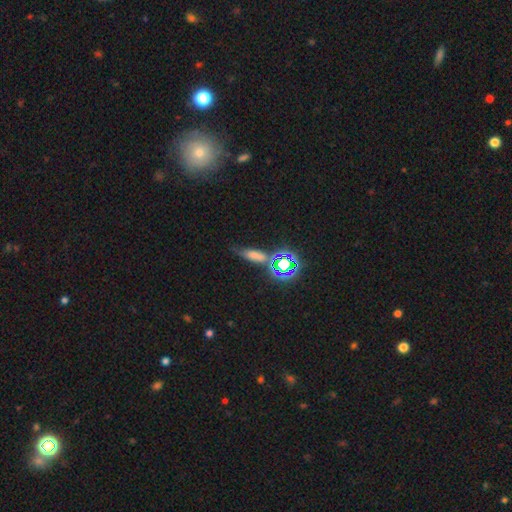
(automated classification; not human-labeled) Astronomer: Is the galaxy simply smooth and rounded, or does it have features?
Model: smooth — 54% (runner-up: star or artifact, 31%).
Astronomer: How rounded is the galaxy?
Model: in between — 47% (runner-up: cigar-shaped, 42%).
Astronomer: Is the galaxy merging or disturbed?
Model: none — 65%.